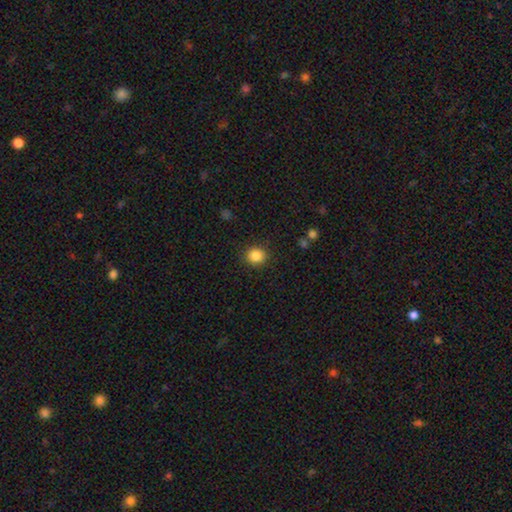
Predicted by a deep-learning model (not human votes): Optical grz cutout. It shows a smooth galaxy with no disk features (85%) that is round (86%). Merging: none (89%).